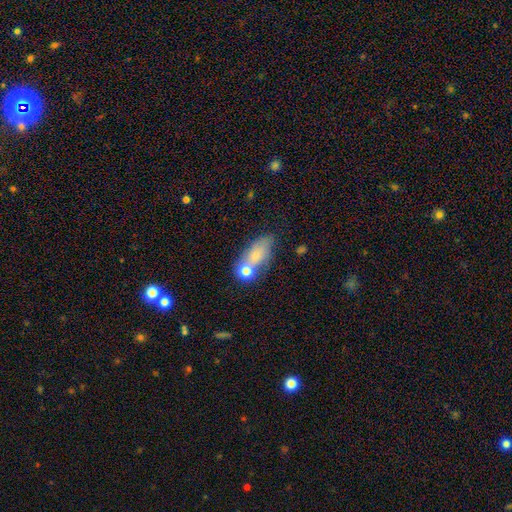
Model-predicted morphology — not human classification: A smooth galaxy with no disk features (72%) that is in between round and cigar-shaped (78%).

Vote fractions:
- Smooth or featured? smooth: 72% / featured or disk: 19% / star or artifact: 9%
- How rounded? in between: 78% / cigar-shaped: 12% / round: 11%
- Merging? none: 40% / merger: 33% / minor disturbance: 18% / major disturbance: 9%